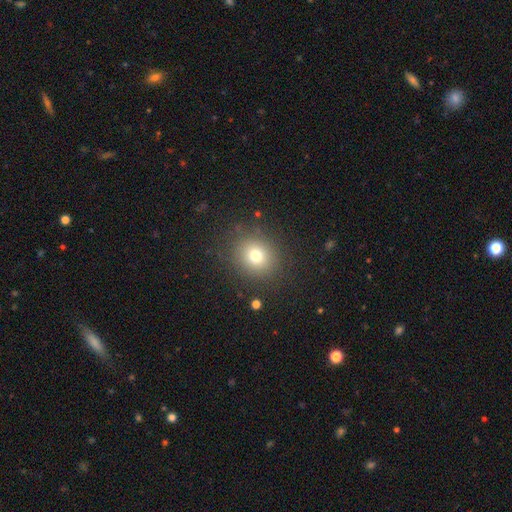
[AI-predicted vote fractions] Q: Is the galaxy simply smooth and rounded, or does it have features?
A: smooth — 74%.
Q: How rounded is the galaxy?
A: round — 84%.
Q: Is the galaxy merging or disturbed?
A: none — 86%.